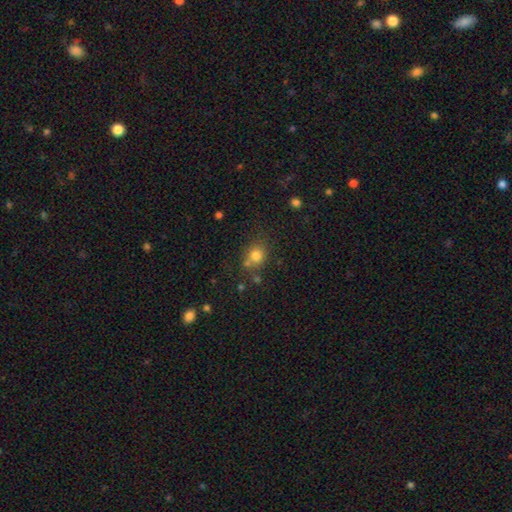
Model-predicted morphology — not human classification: Overall: smooth (78%). How rounded: round (77%). Merging: none (66%).